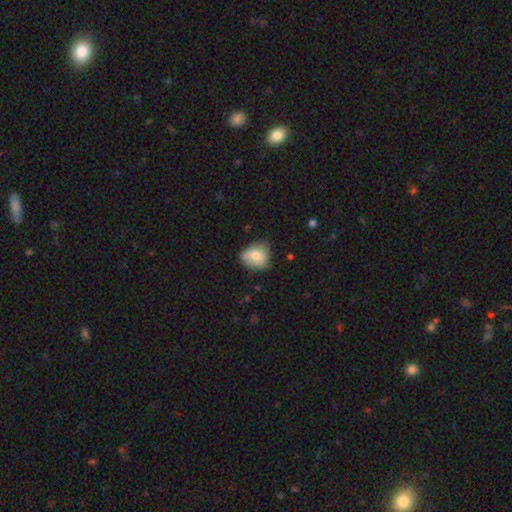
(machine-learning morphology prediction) smooth_or_featured: smooth (p=0.75) [alt: featured or disk p=0.17]
how_rounded: round (p=0.54) [alt: in between p=0.45]
merging: none (p=0.51) [alt: minor disturbance p=0.37]